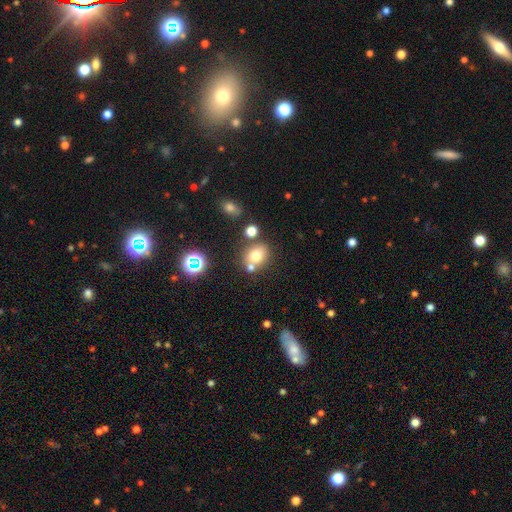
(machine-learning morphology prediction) A smooth galaxy with no disk features (72%) that is round (66%).

Vote fractions:
- Smooth or featured? smooth: 72% / star or artifact: 15% / featured or disk: 13%
- How rounded? round: 66% / in between: 33% / cigar-shaped: 1%
- Merging? none: 62% / merger: 21% / minor disturbance: 12% / major disturbance: 4%